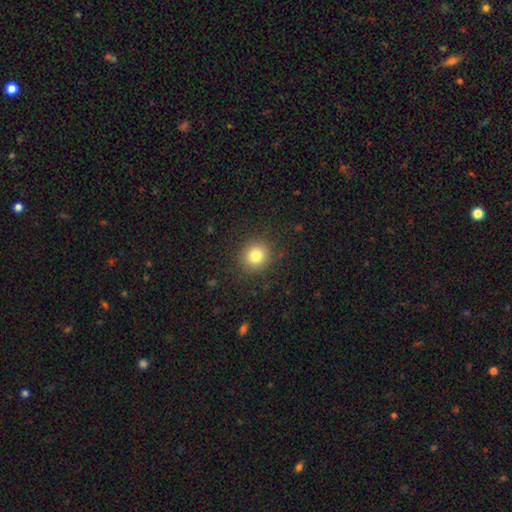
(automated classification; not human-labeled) This is clearly a smooth galaxy (81%). How rounded: clearly round (87%). Merging: clearly none (89%).